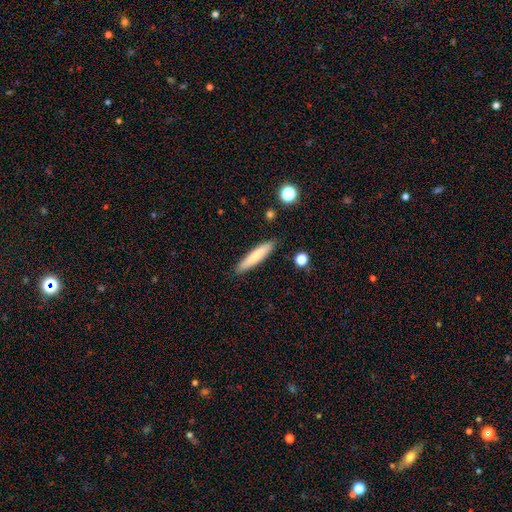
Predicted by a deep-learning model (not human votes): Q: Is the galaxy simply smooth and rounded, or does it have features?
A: smooth — 78%.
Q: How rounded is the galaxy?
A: cigar-shaped — 88%.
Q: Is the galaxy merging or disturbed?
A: none — 88%.